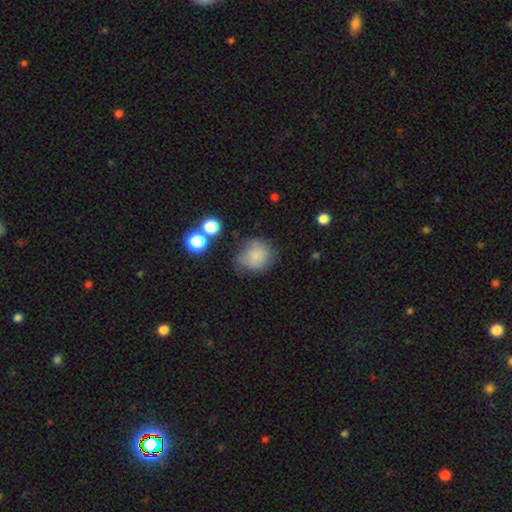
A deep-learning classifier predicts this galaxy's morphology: smooth-or-featured: smooth: 79% | featured or disk: 11% | star or artifact: 10%
  how-rounded: round: 73% | in between: 26% | cigar-shaped: 1%
  merging: none: 59% | minor disturbance: 27% | major disturbance: 10% | merger: 4%